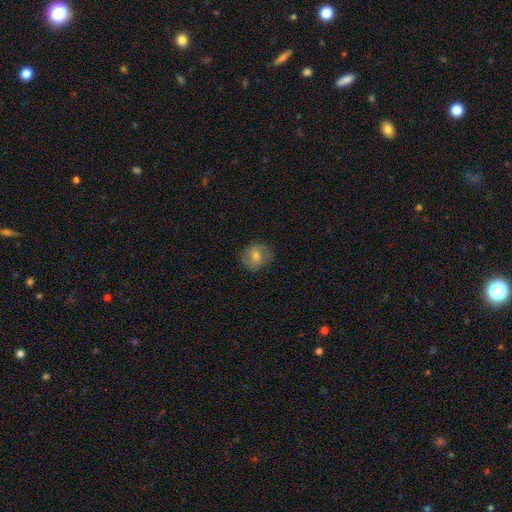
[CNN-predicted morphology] Smooth or featured?
  - smooth: 62% *
  - featured or disk: 28%
  - star or artifact: 10%
How rounded?
  - round: 73% *
  - in between: 26%
  - cigar-shaped: 1%
Merging?
  - none: 80% *
  - minor disturbance: 15%
  - major disturbance: 4%
  - merger: 1%